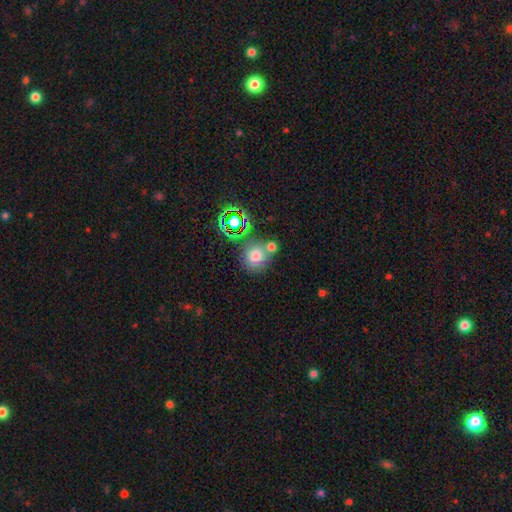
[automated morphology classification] Smooth or featured? Predicted: smooth (p=0.71). How rounded? Predicted: round (p=0.85). Merging? Predicted: none (p=0.57).